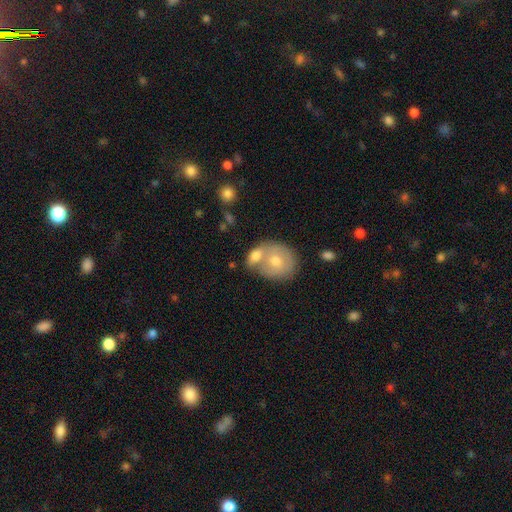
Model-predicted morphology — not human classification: The model was most divided on "how rounded": in between: 50%, round: 47%, cigar-shaped: 3%. More confident: smooth or featured — smooth (68%); merging — merger (58%).